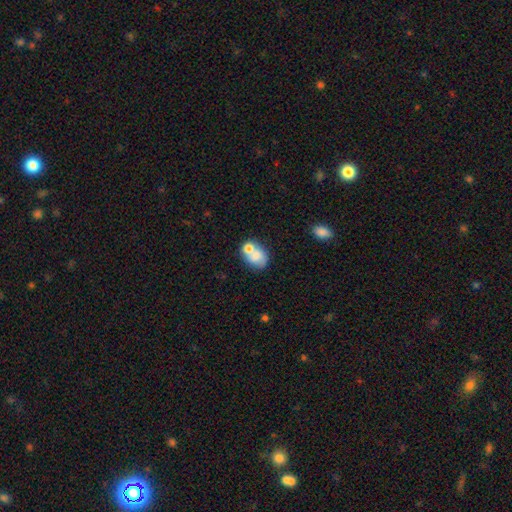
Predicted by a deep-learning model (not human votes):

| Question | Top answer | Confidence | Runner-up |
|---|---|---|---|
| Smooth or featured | smooth | 70% | featured or disk (22%) |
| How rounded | in between | 61% | round (38%) |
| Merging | merger | 50% | none (31%) |